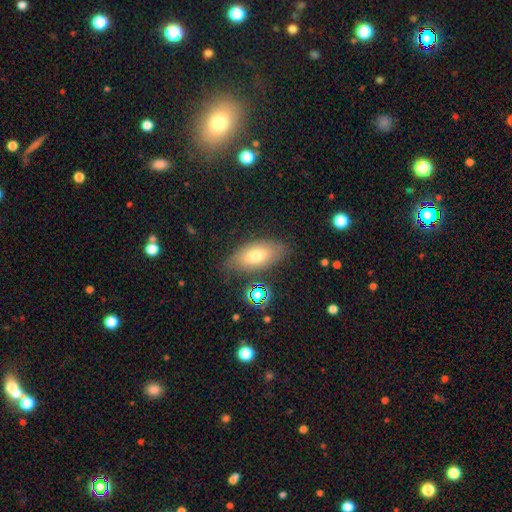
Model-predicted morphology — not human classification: smooth_or_featured: smooth (p=0.67) [alt: featured or disk p=0.23]
how_rounded: in between (p=0.87) [alt: cigar-shaped p=0.08]
merging: none (p=0.77) [alt: minor disturbance p=0.15]